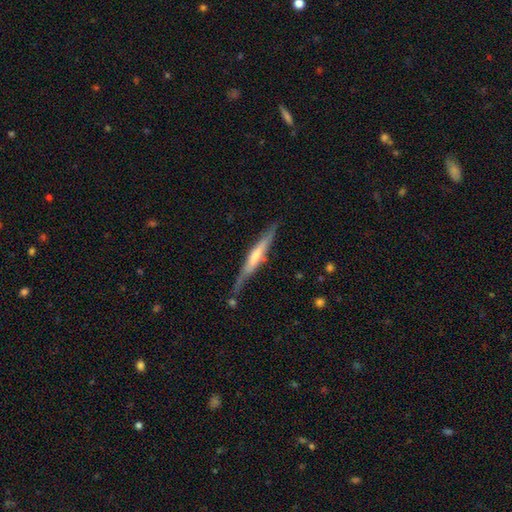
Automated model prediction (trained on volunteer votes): A featured or disk galaxy (52%) viewed edge-on (93%). Merging: none (70%).